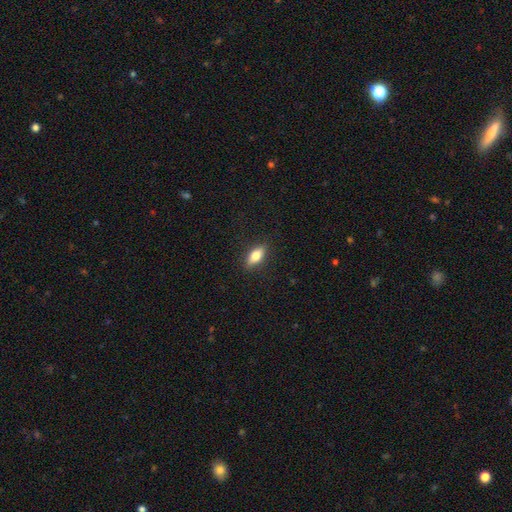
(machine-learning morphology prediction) A smooth galaxy with no disk features (74%) that is in between round and cigar-shaped (78%).

Vote fractions:
- Smooth or featured? smooth: 74% / featured or disk: 19% / star or artifact: 7%
- How rounded? in between: 78% / cigar-shaped: 18% / round: 4%
- Merging? none: 87% / minor disturbance: 9% / major disturbance: 2% / merger: 1%